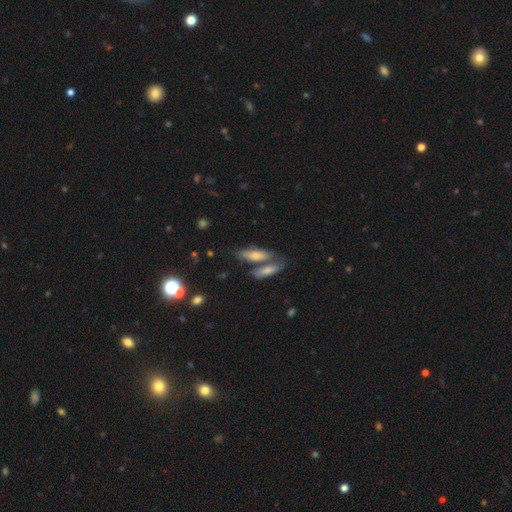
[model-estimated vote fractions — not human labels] The model was most divided on "how rounded": in between: 48%, cigar-shaped: 47%, round: 4%. Remaining: smooth or featured — smooth (58%); merging — none (43%).